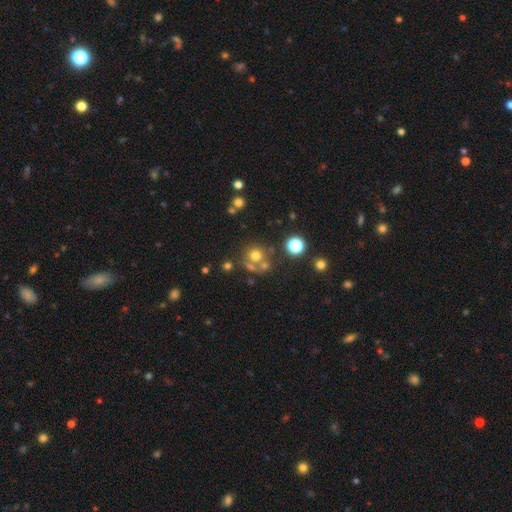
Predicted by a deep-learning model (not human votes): smooth_or_featured: smooth (p=0.66) [alt: star or artifact p=0.20]
how_rounded: round (p=0.86) [alt: in between p=0.13]
merging: none (p=0.57) [alt: merger p=0.26]